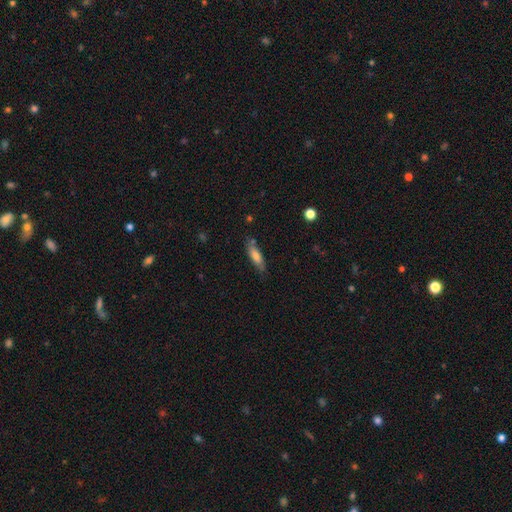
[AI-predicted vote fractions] Smooth or featured? Predicted: smooth (p=0.70). How rounded? Predicted: cigar-shaped (p=0.57). Merging? Predicted: none (p=0.75).